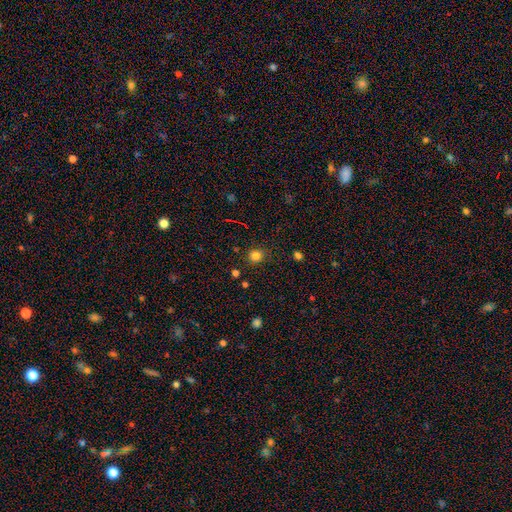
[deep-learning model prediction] The model was most divided on "smooth or featured": smooth: 81%, star or artifact: 14%, featured or disk: 4%. More confident: how rounded — round (86%); merging — none (86%).